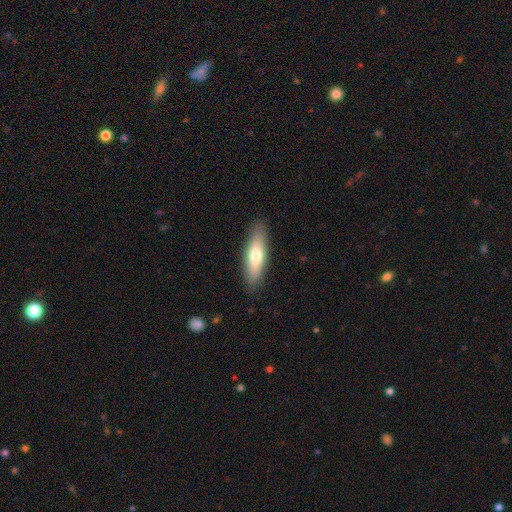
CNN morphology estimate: A smooth galaxy with no disk features (69%) that is cigar-shaped (56%). Merging: none (88%).